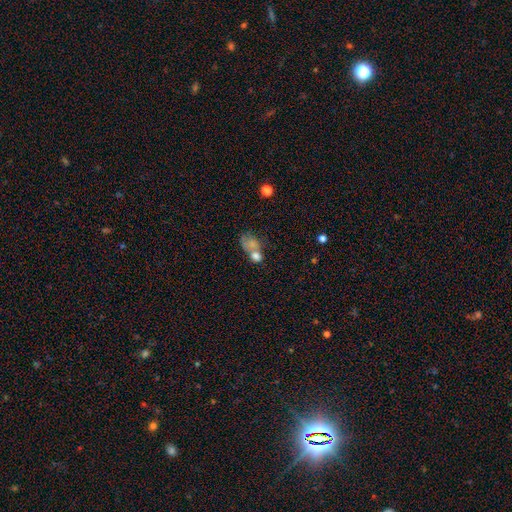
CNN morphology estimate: smooth 72%, featured or disk 17%, star or artifact 12%. Down the decision tree: how rounded — in between (59%); merging — merger (55%).